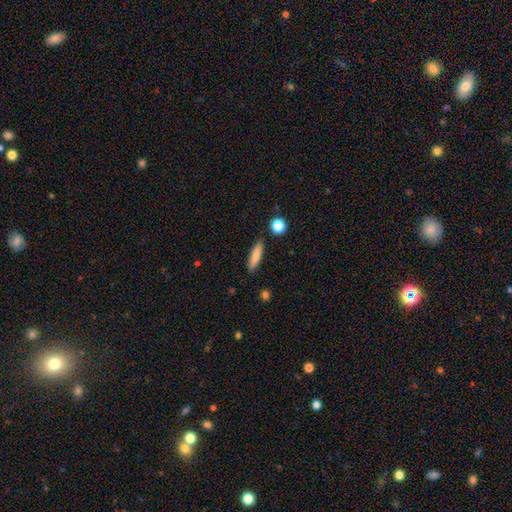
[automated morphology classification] A smooth galaxy with no disk features (81%) that is cigar-shaped (76%). Merging: none (87%).